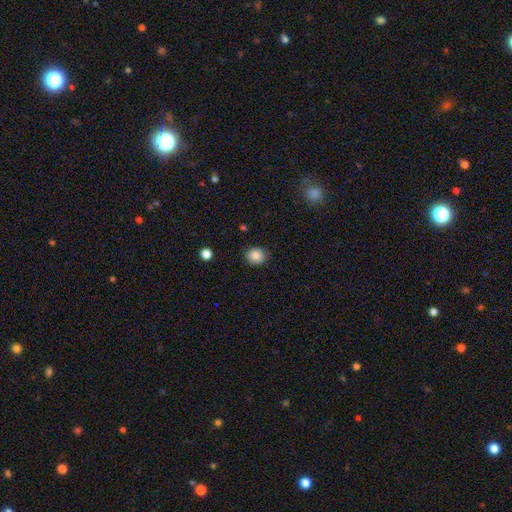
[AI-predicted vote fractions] smooth-or-featured: smooth: 86% | star or artifact: 9% | featured or disk: 4%
  how-rounded: round: 72% | in between: 27% | cigar-shaped: 1%
  merging: none: 89% | minor disturbance: 8% | major disturbance: 2% | merger: 1%